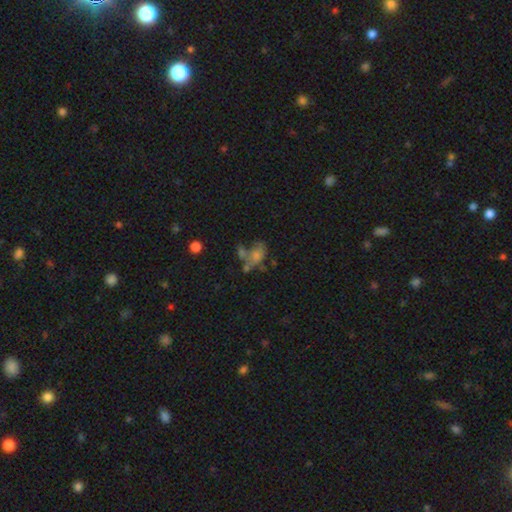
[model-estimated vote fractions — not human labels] This appears to be a smooth galaxy with no disk features (47%). Merging: merger (33%).